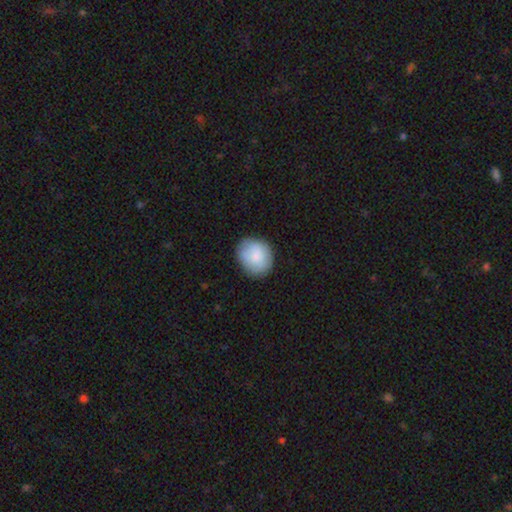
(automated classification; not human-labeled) smooth-or-featured: smooth: 80% | featured or disk: 13% | star or artifact: 7%
  how-rounded: round: 72% | in between: 27% | cigar-shaped: 1%
  merging: none: 80% | minor disturbance: 15% | major disturbance: 4% | merger: 1%